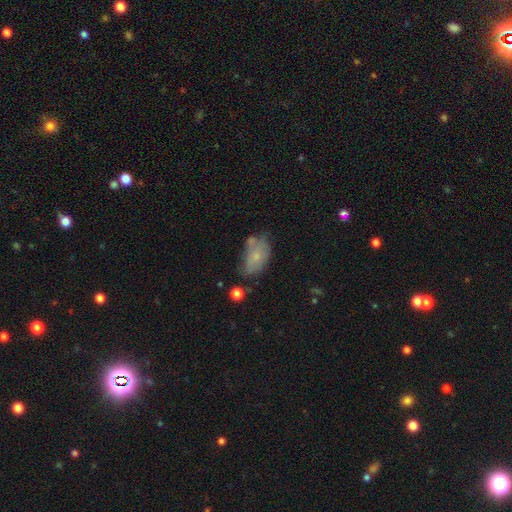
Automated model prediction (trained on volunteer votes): A smooth galaxy with no disk features (62%) that is in between round and cigar-shaped (89%).

Vote fractions:
- Smooth or featured? smooth: 62% / featured or disk: 29% / star or artifact: 10%
- How rounded? in between: 89% / round: 9% / cigar-shaped: 2%
- Merging? none: 38% / minor disturbance: 32% / major disturbance: 16% / merger: 15%